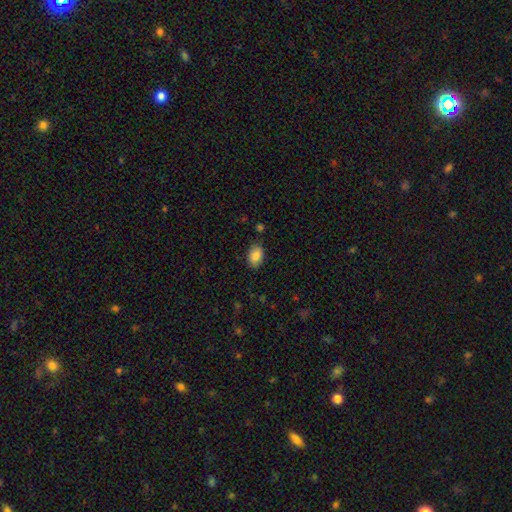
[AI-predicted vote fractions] Morphology: type=smooth (86%); roundness=in between (85%); merging=none (83%).